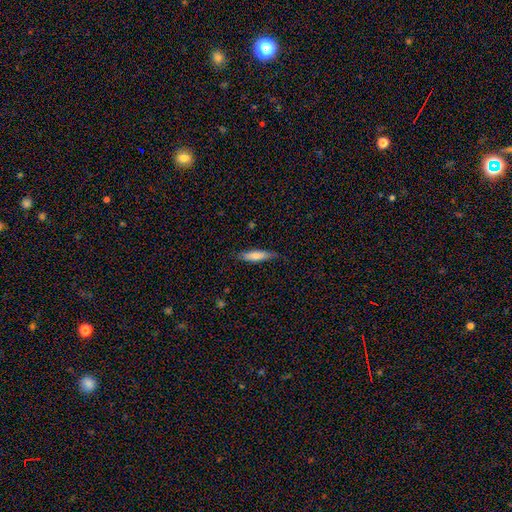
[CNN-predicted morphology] A smooth galaxy with no disk features (72%) that is cigar-shaped (69%).

Vote fractions:
- Smooth or featured? smooth: 72% / featured or disk: 22% / star or artifact: 6%
- How rounded? cigar-shaped: 69% / in between: 30% / round: 2%
- Merging? none: 77% / minor disturbance: 19% / major disturbance: 3% / merger: 1%